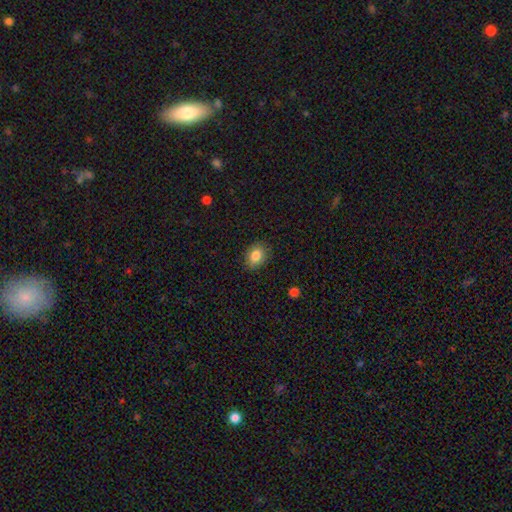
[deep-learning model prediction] The model was most divided on "how rounded": in between: 65%, round: 34%, cigar-shaped: 1%. More confident: merging — none (84%); smooth or featured — smooth (84%).